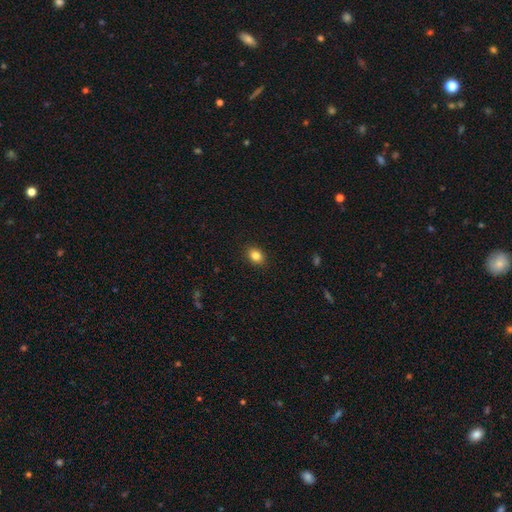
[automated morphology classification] smooth 84%, star or artifact 10%, featured or disk 6%. Down the decision tree: how rounded — in between (62%); merging — none (90%).